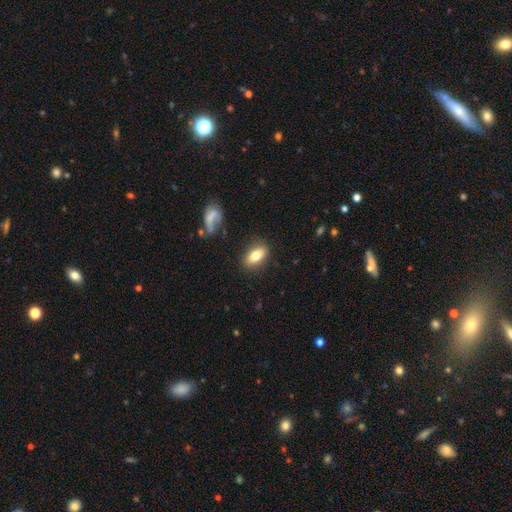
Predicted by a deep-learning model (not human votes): Smooth or featured: smooth — 73% (featured or disk — 19%)
How rounded: in between — 85% (round — 8%)
Merging: none — 83% (minor disturbance — 11%)